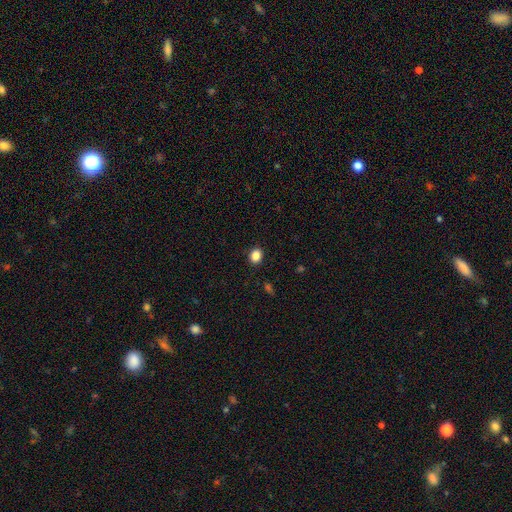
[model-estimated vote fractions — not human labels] Smooth or featured? Predicted: smooth (p=0.86). How rounded? Predicted: round (p=0.57). Merging? Predicted: none (p=0.90).